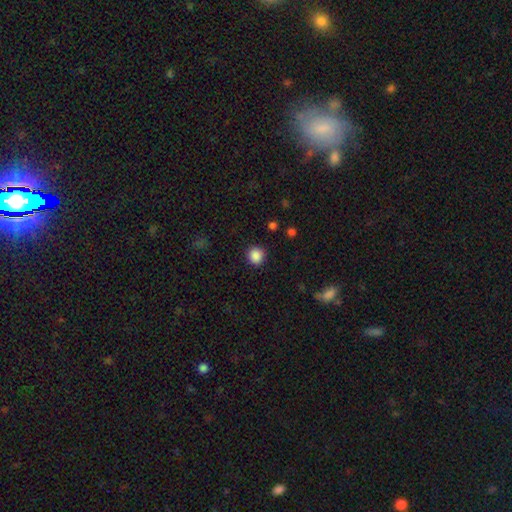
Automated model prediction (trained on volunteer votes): This is clearly a smooth galaxy (87%). How rounded: clearly round (92%). Merging: clearly none (90%).